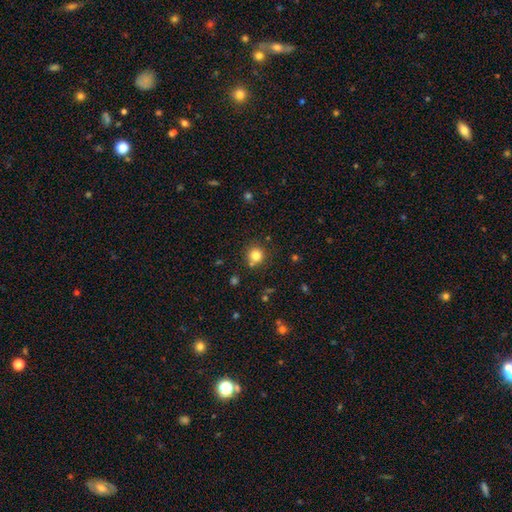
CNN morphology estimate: Smooth or featured? Predicted: smooth (p=0.80). How rounded? Predicted: round (p=0.93). Merging? Predicted: none (p=0.79).